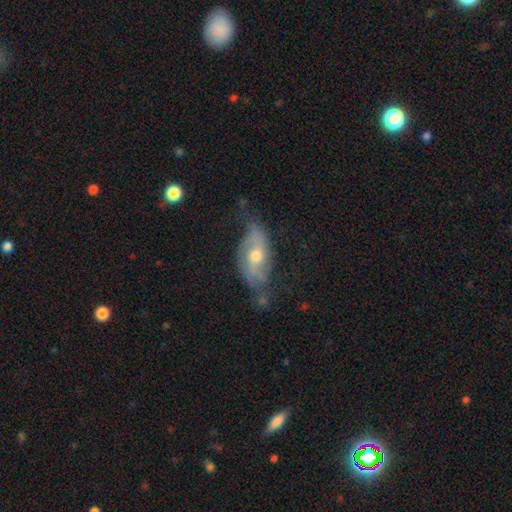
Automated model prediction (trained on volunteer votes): A featured or disk galaxy (69%) with no bar (56%), spiral arms (80%) and a moderate central bulge (65%). Merging: none (53%).